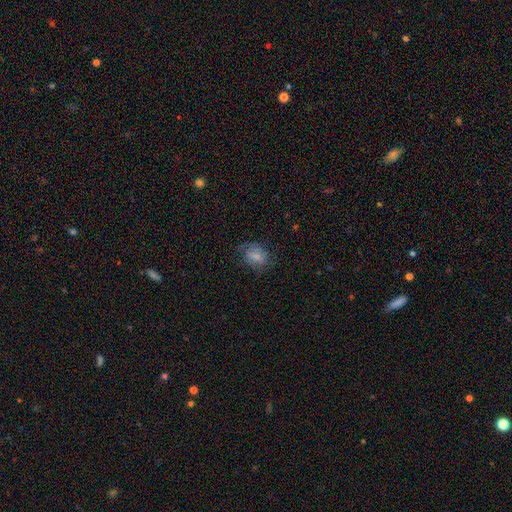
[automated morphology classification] type=smooth (62%); roundness=in between (73%); merging=none (61%).